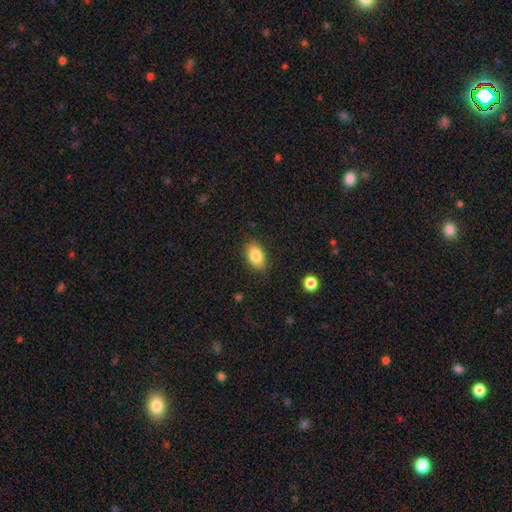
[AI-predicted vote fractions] smooth_or_featured: smooth (p=0.85) [alt: star or artifact p=0.08]
how_rounded: in between (p=0.89) [alt: round p=0.09]
merging: none (p=0.86) [alt: minor disturbance p=0.11]